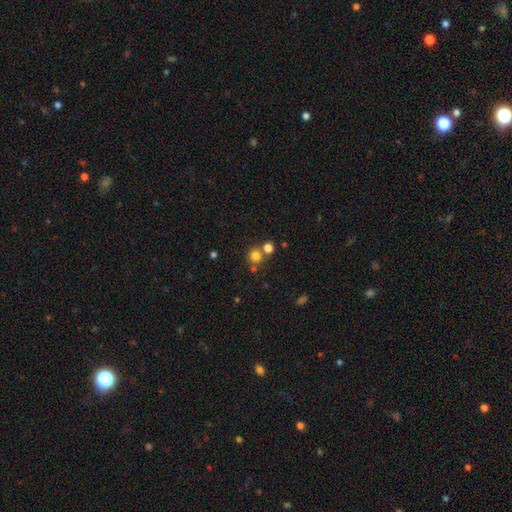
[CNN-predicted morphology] smooth 77%, star or artifact 16%, featured or disk 7%. Down the decision tree: how rounded — round (91%); merging — none (67%).